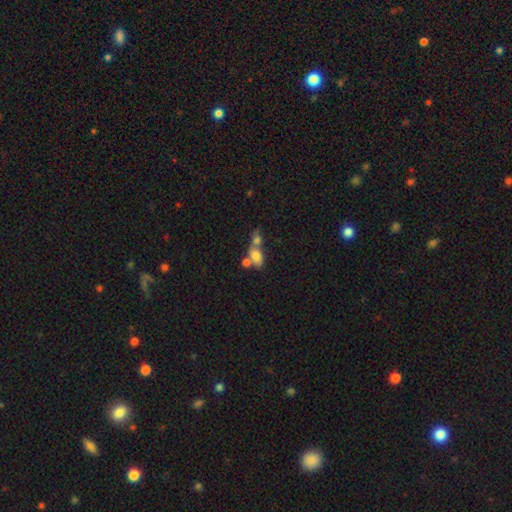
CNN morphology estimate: The model was most divided on "merging": merger: 57%, none: 25%, minor disturbance: 10%, major disturbance: 7%. More confident: how rounded — in between (81%); smooth or featured — smooth (75%).